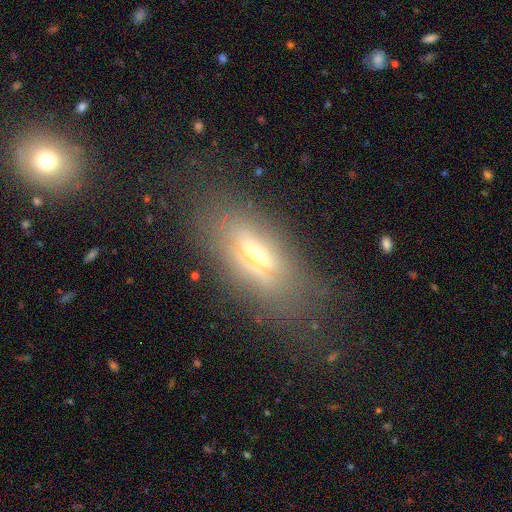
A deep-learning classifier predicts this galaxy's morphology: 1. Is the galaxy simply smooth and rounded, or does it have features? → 54% featured or disk, 35% smooth, 11% star or artifact.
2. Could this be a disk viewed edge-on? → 72% yes, 28% no.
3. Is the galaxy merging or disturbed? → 64% none, 20% minor disturbance, 13% major disturbance, 2% merger.